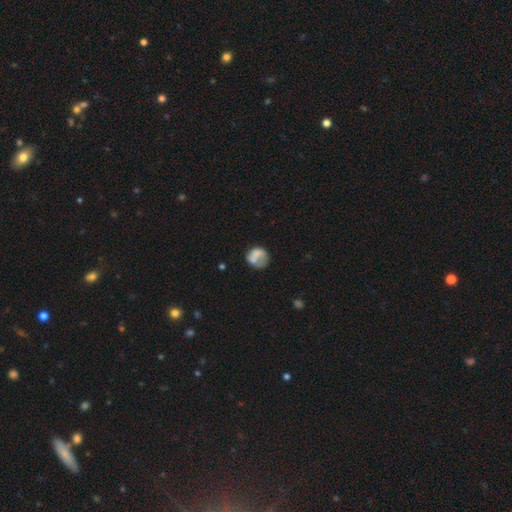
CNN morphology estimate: A smooth galaxy with no disk features (65%) that is round (74%). Merging: none (44%).